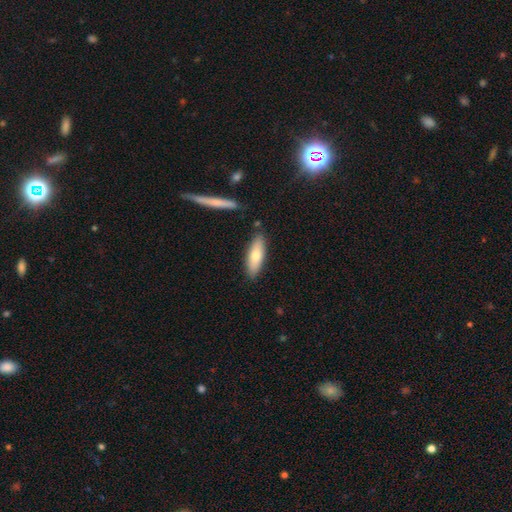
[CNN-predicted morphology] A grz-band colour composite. It shows a smooth galaxy with no disk features (72%) that is in between round and cigar-shaped (50%). Merging: none (84%).